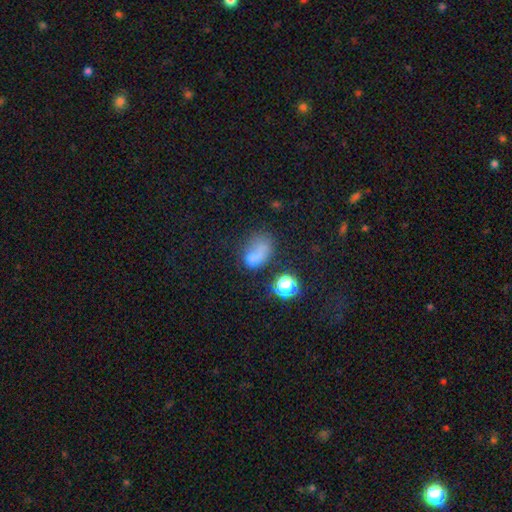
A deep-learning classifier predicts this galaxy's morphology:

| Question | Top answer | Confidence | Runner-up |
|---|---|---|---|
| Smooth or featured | smooth | 62% | featured or disk (20%) |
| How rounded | in between | 69% | round (29%) |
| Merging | major disturbance | 33% | none (28%) |